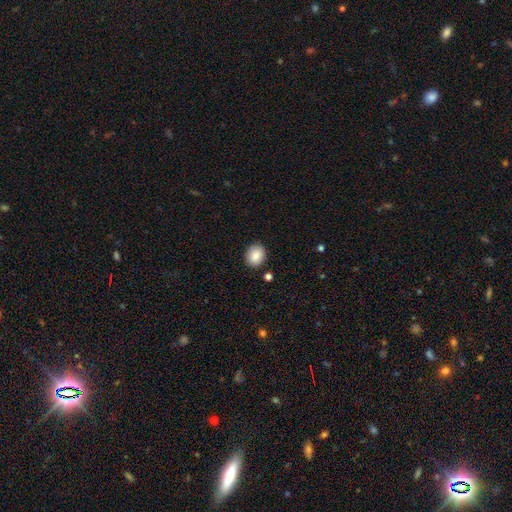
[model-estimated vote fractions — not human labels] Smooth or featured: smooth — 86% (star or artifact — 8%)
How rounded: round — 62% (in between — 37%)
Merging: none — 88% (minor disturbance — 8%)